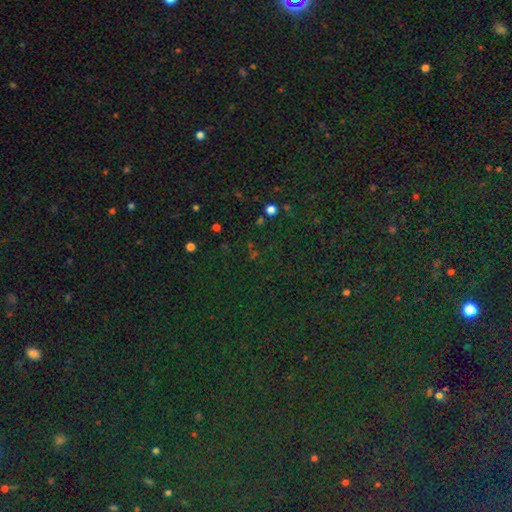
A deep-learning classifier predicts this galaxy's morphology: This appears to be a star or artifact, not a galaxy (81%).